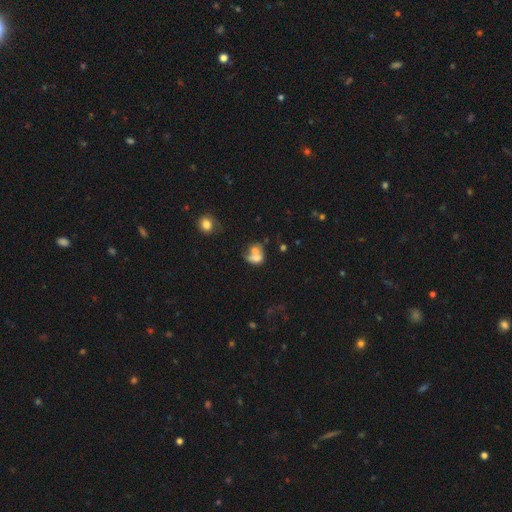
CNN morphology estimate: A smooth galaxy with no disk features (61%) that is in between round and cigar-shaped (53%).

Vote fractions:
- Smooth or featured? smooth: 61% / featured or disk: 27% / star or artifact: 12%
- How rounded? in between: 53% / round: 45% / cigar-shaped: 2%
- Merging? merger: 63% / none: 20% / major disturbance: 9% / minor disturbance: 8%